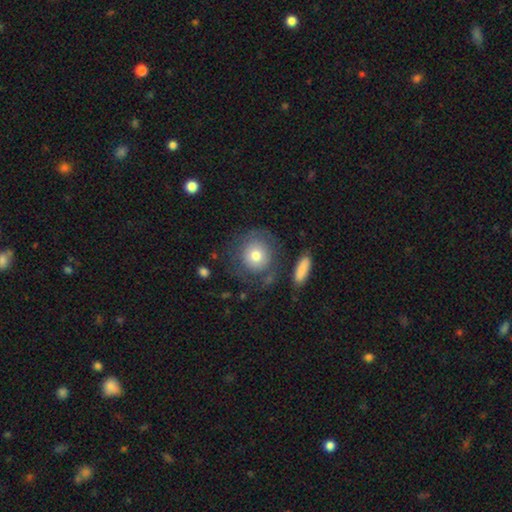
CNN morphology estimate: type=smooth (68%); roundness=round (86%); merging=none (68%).